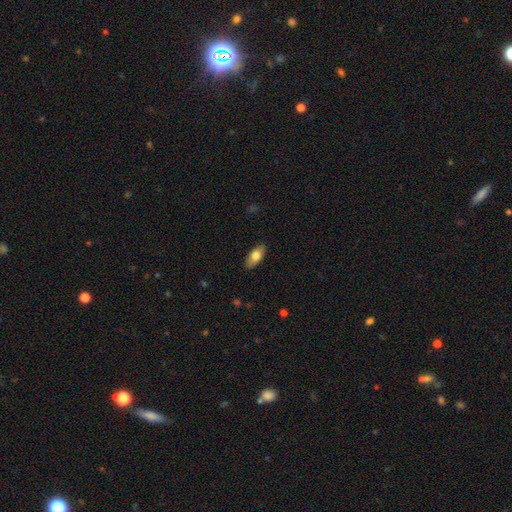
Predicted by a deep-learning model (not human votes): This is likely a smooth galaxy (75%). How rounded: clearly in between (88%). Merging: clearly none (88%).